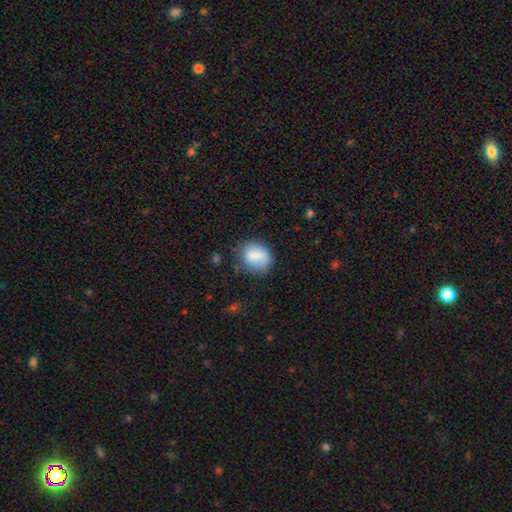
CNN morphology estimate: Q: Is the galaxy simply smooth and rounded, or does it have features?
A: smooth — 79%.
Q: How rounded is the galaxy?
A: round — 50%.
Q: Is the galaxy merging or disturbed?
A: none — 69%.